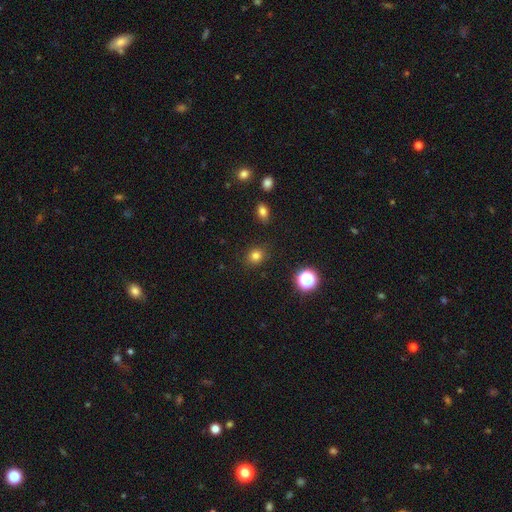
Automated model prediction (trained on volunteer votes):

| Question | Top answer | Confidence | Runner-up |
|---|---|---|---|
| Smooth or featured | smooth | 79% | star or artifact (15%) |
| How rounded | round | 70% | in between (29%) |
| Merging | none | 86% | minor disturbance (9%) |